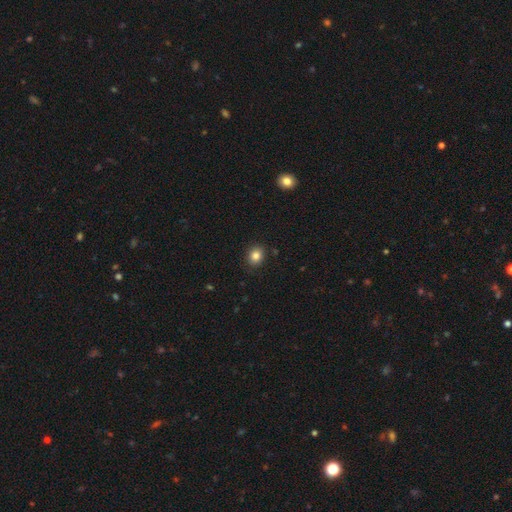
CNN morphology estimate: Q: Smooth or featured?
A: smooth (84%); runner-up: star or artifact (11%)
Q: How rounded?
A: round (61%); runner-up: in between (38%)
Q: Merging?
A: none (88%); runner-up: minor disturbance (8%)